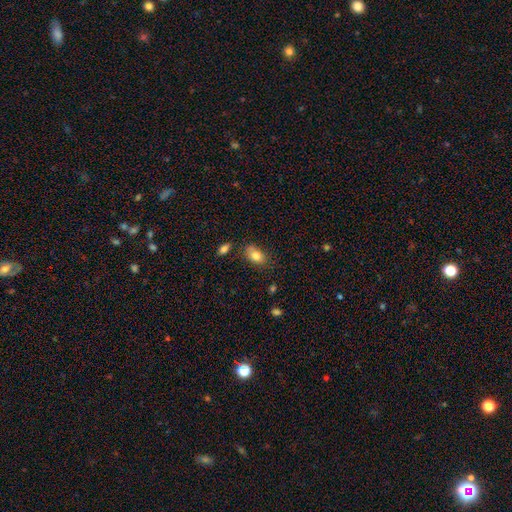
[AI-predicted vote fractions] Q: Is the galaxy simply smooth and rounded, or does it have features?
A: smooth — 82%.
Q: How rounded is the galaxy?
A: in between — 88%.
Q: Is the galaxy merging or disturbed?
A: none — 65%.